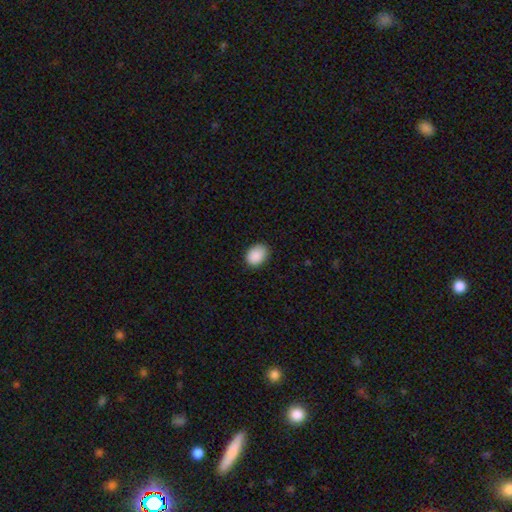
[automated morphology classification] A smooth galaxy with no disk features (90%) that is in between round and cigar-shaped (72%). Merging: none (83%).